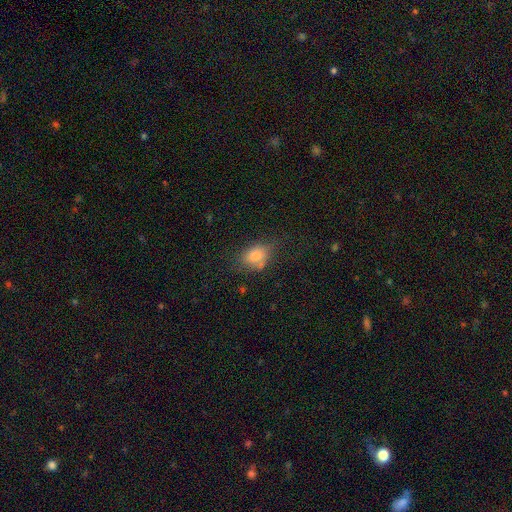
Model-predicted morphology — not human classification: type=smooth (78%); roundness=in between (68%); merging=none (55%).